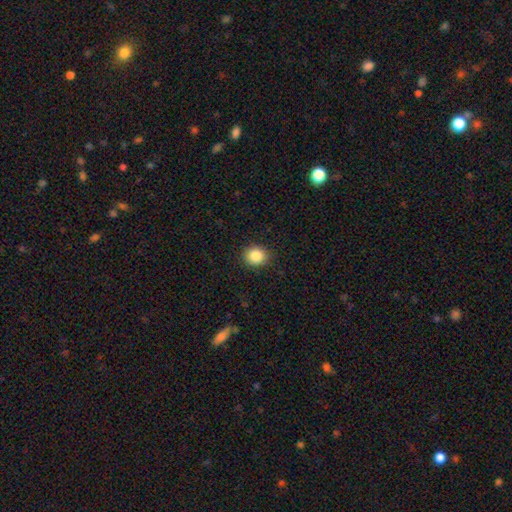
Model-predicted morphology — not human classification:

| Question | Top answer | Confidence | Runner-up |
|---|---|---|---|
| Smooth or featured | smooth | 86% | star or artifact (9%) |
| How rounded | round | 79% | in between (21%) |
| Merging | none | 89% | minor disturbance (8%) |